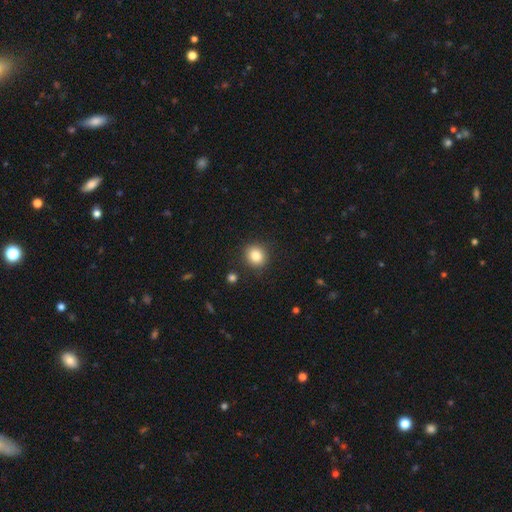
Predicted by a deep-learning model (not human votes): Q: Smooth or featured?
A: smooth (85%); runner-up: star or artifact (10%)
Q: How rounded?
A: round (81%); runner-up: in between (18%)
Q: Merging?
A: none (88%); runner-up: minor disturbance (8%)